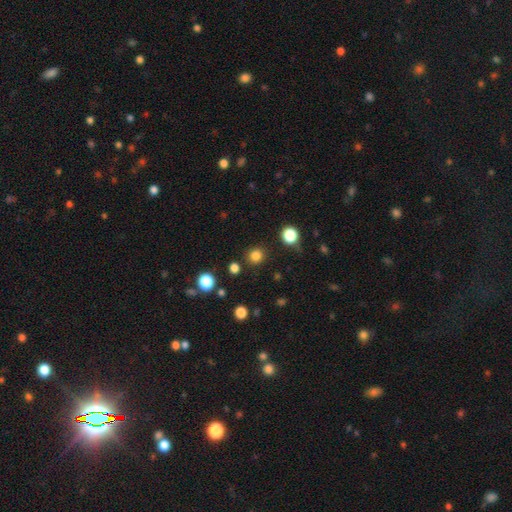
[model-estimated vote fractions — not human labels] Smooth or featured?
  - smooth: 82% *
  - star or artifact: 15%
  - featured or disk: 4%
How rounded?
  - round: 91% *
  - in between: 8%
  - cigar-shaped: 1%
Merging?
  - none: 89% *
  - minor disturbance: 6%
  - major disturbance: 3%
  - merger: 2%